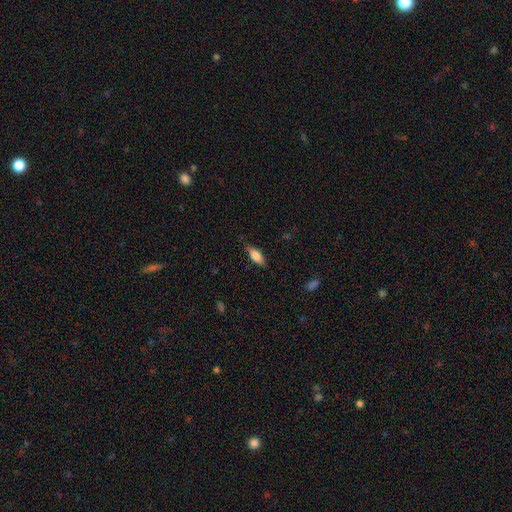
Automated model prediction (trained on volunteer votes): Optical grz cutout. It shows a smooth galaxy with no disk features (76%) that is in between round and cigar-shaped (71%). Merging: none (77%).